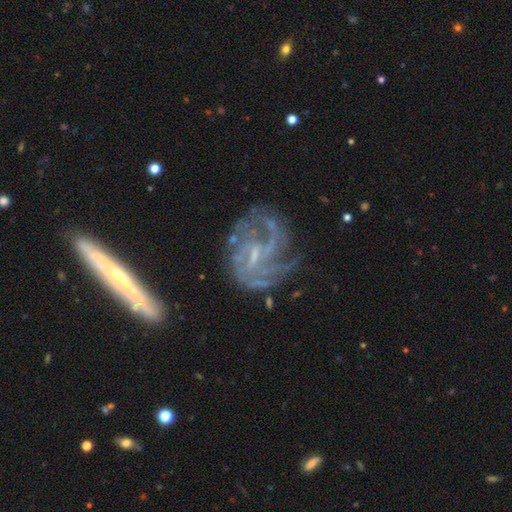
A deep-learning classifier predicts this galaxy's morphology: Smooth or featured: featured or disk — 82% (star or artifact — 9%)
Edge-on disk: no — 96% (yes — 4%)
Bar: weak — 48% (no — 34%)
Spiral arms: yes — 85% (no — 15%)
Spiral winding: tight — 42% (medium — 38%)
Spiral arm count: can't tell — 39% (3 — 20%)
Bulge size: small — 51% (none — 31%)
Merging: none — 54% (major disturbance — 22%)